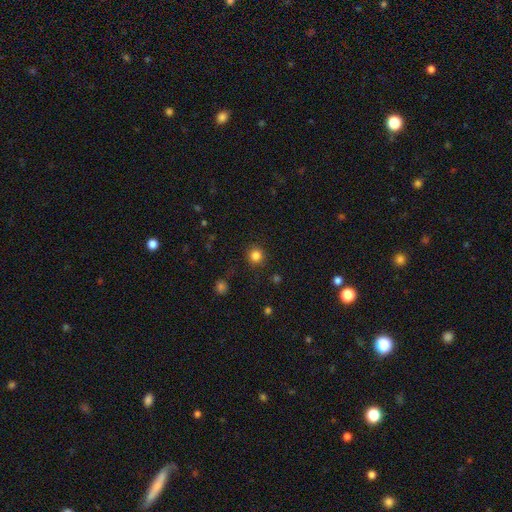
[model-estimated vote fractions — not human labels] Overall: smooth (83%). How rounded: round (93%). Merging: none (89%).